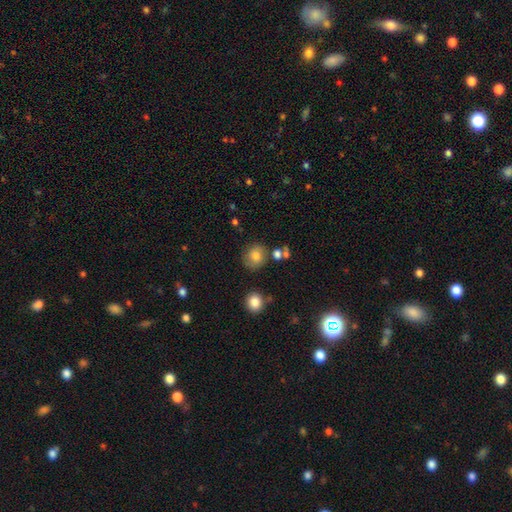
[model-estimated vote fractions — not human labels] Smooth or featured? smooth (78%)
How rounded? round (80%)
Merging? none (74%)